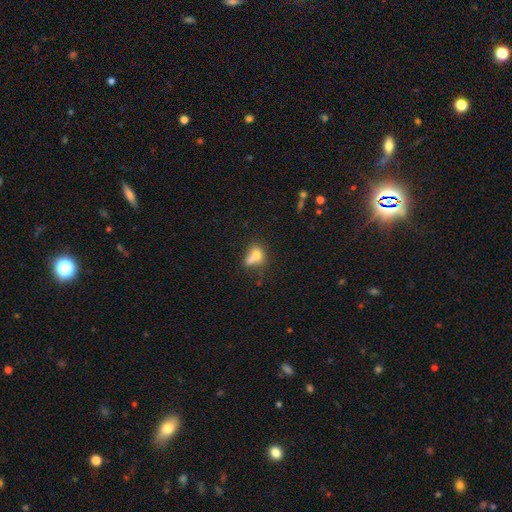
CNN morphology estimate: type=smooth (69%); roundness=in between (53%); merging=merger (46%).